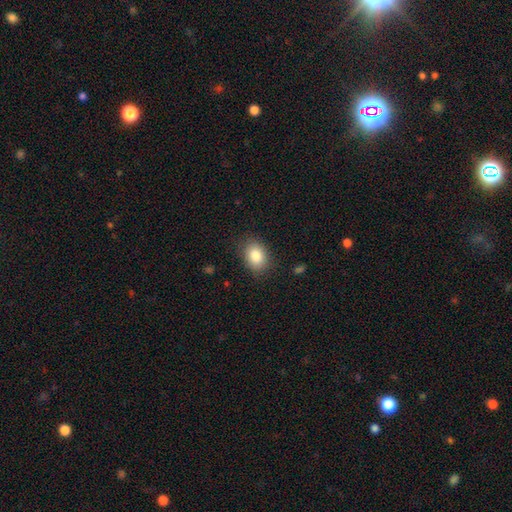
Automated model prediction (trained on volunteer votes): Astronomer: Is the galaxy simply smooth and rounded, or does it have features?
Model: smooth — 84%.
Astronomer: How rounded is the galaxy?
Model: in between — 70%.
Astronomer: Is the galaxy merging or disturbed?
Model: none — 84%.